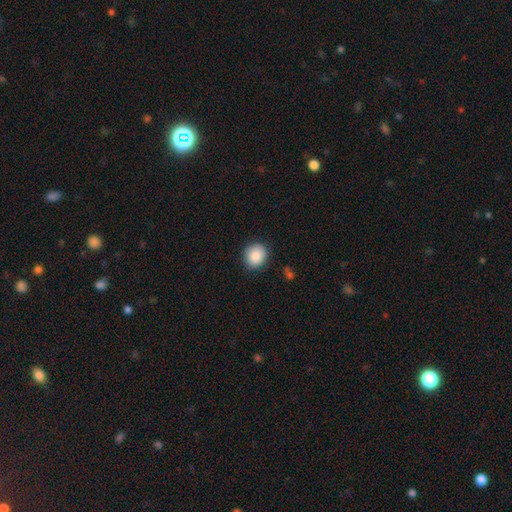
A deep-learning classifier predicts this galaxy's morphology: Smooth or featured: smooth — 89% (star or artifact — 8%)
How rounded: round — 81% (in between — 18%)
Merging: none — 87% (minor disturbance — 9%)